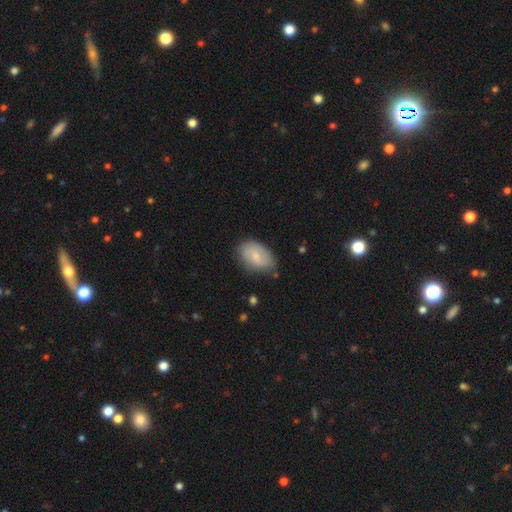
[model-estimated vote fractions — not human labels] Smooth or featured? smooth (63%)
How rounded? in between (88%)
Merging? none (67%)